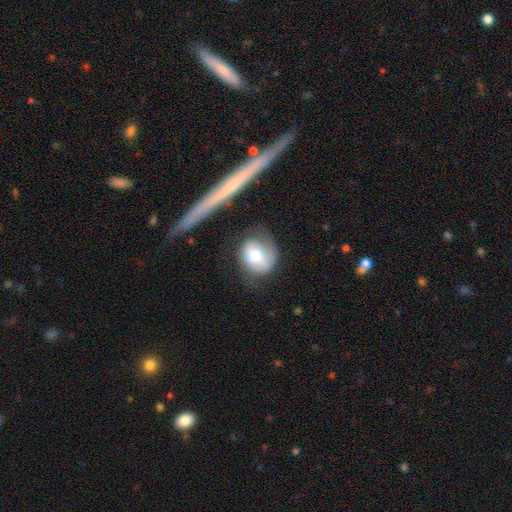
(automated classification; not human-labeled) Overall: smooth (58%; featured or disk 34%). How rounded: round (67%; in between 31%). Merging: none (55%; minor disturbance 26%).